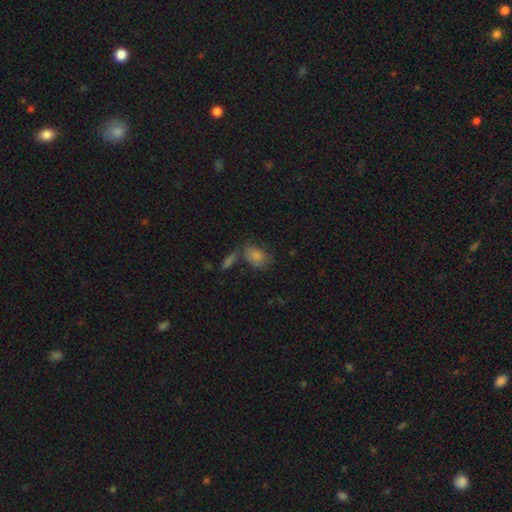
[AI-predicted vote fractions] A smooth galaxy with no disk features (72%) that is in between round and cigar-shaped (81%). Merging: none (55%).